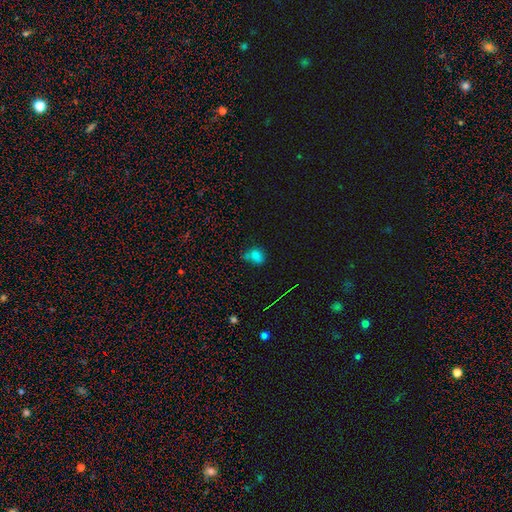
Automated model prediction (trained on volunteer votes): Morphology: type=smooth (71%); roundness=in between (50%); merging=none (51%).